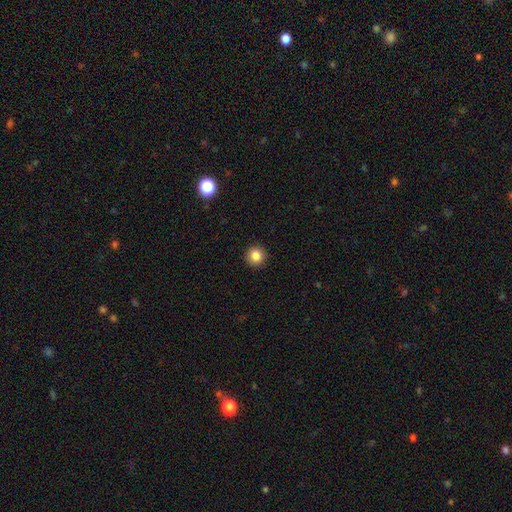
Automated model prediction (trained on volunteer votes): Q: Smooth or featured?
A: smooth (84%); runner-up: star or artifact (11%)
Q: How rounded?
A: round (94%); runner-up: in between (5%)
Q: Merging?
A: none (93%); runner-up: minor disturbance (5%)